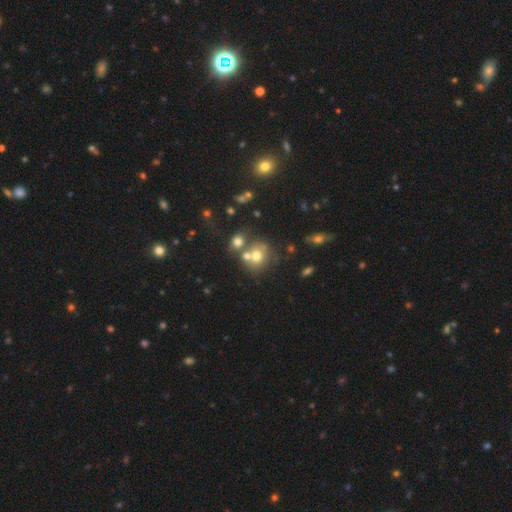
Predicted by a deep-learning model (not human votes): Smooth or featured?
  - smooth: 62% *
  - featured or disk: 21%
  - star or artifact: 17%
How rounded?
  - round: 72% *
  - in between: 26%
  - cigar-shaped: 1%
Merging?
  - none: 44% *
  - merger: 40%
  - minor disturbance: 11%
  - major disturbance: 5%